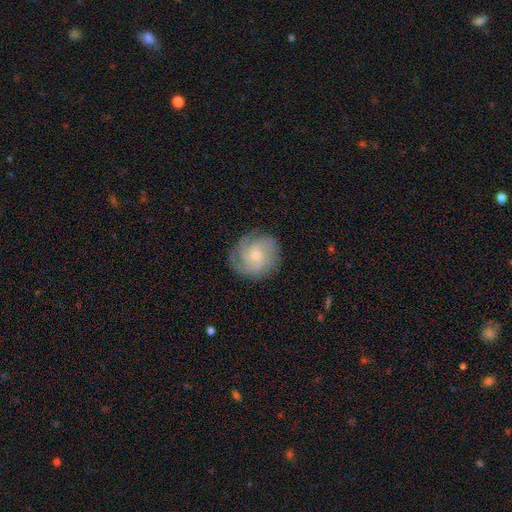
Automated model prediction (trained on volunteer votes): The model was most divided on "spiral arm count": 3: 34%, can't tell: 23%, 4: 16%, 2: 13%, 1: 6%, more than 4: 6%. More confident: edge-on disk — no (98%); spiral arms — yes (96%); merging — none (79%); smooth or featured — featured or disk (78%); bar — no (72%); bulge size — small (60%); spiral winding — tight (57%).